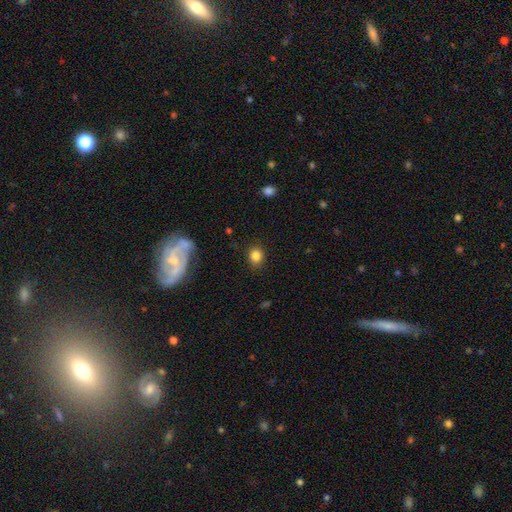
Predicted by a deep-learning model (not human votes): smooth-or-featured: smooth: 84% | star or artifact: 11% | featured or disk: 5%
  how-rounded: round: 66% | in between: 33% | cigar-shaped: 1%
  merging: none: 86% | minor disturbance: 9% | major disturbance: 3% | merger: 1%